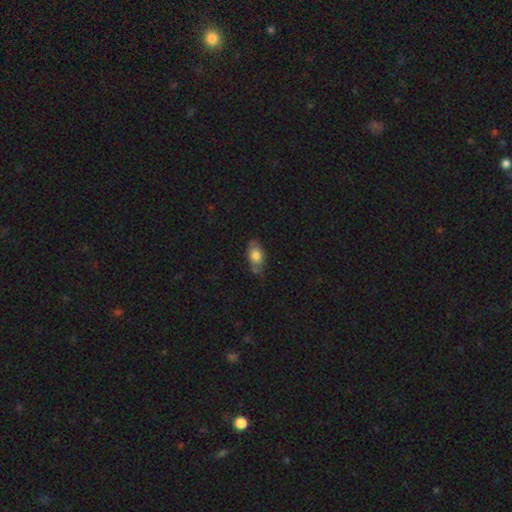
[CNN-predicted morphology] This is likely a smooth galaxy (67%). How rounded: clearly in between (87%). Merging: likely none (62%).